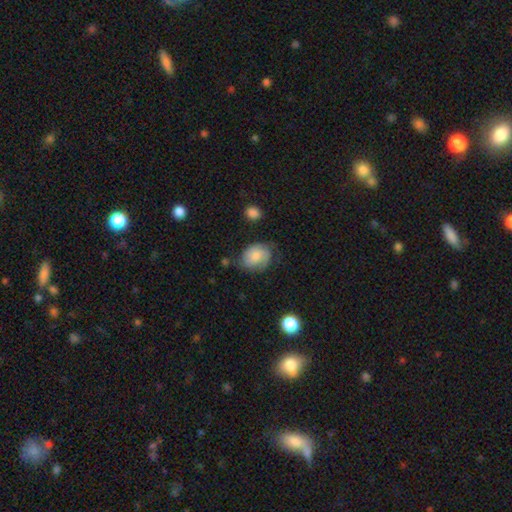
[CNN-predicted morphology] Q: Smooth or featured?
A: smooth (57%); runner-up: featured or disk (35%)
Q: How rounded?
A: in between (56%); runner-up: round (43%)
Q: Merging?
A: none (54%); runner-up: minor disturbance (31%)